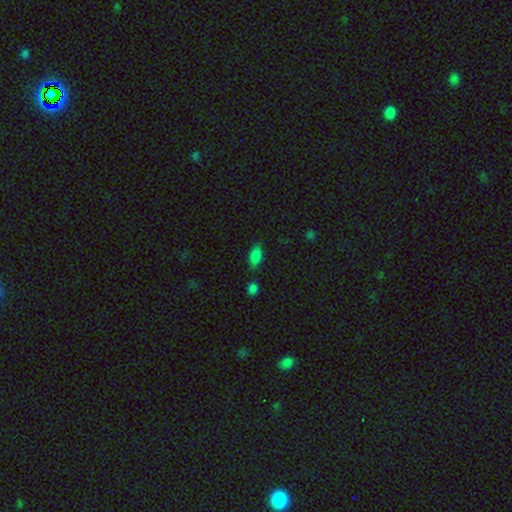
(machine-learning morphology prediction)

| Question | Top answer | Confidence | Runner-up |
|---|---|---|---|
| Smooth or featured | smooth | 84% | star or artifact (11%) |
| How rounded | in between | 90% | round (5%) |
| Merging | none | 70% | minor disturbance (18%) |